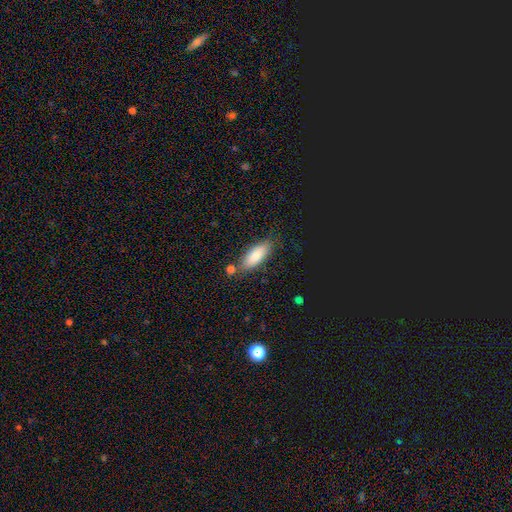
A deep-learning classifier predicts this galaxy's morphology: Q: Smooth or featured?
A: smooth (82%); runner-up: featured or disk (11%)
Q: How rounded?
A: in between (69%); runner-up: cigar-shaped (29%)
Q: Merging?
A: none (75%); runner-up: minor disturbance (15%)